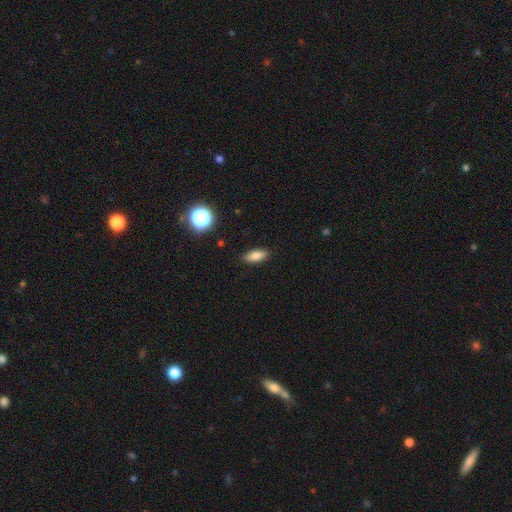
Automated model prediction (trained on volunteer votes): smooth_or_featured: smooth (p=0.83) [alt: star or artifact p=0.09]
how_rounded: in between (p=0.77) [alt: cigar-shaped p=0.20]
merging: none (p=0.88) [alt: minor disturbance p=0.09]